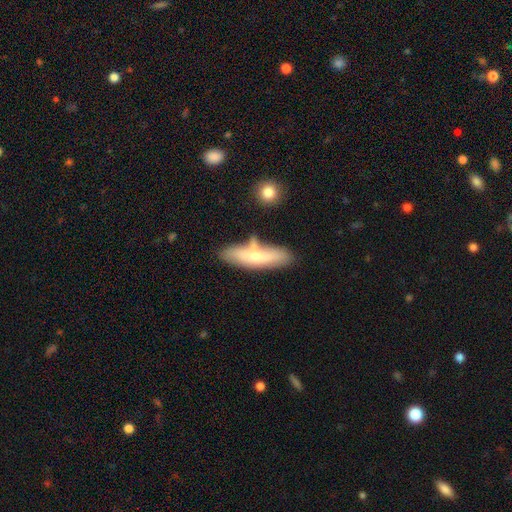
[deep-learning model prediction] A smooth galaxy with no disk features (58%) that is cigar-shaped (63%).

Vote fractions:
- Smooth or featured? smooth: 58% / featured or disk: 36% / star or artifact: 6%
- How rounded? cigar-shaped: 63% / in between: 34% / round: 2%
- Merging? none: 53% / minor disturbance: 21% / merger: 19% / major disturbance: 7%